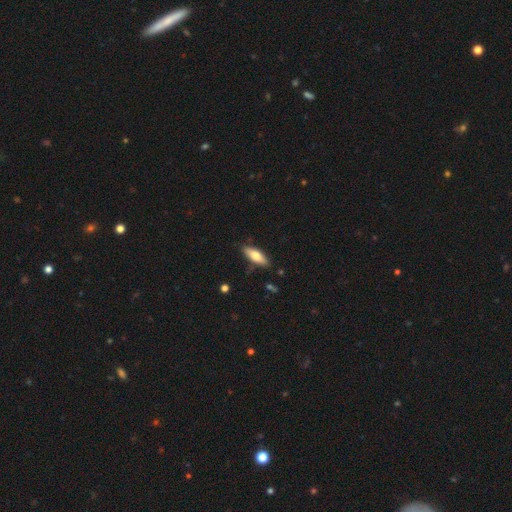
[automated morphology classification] Overall: smooth (70%). How rounded: in between (60%; cigar-shaped 38%). Merging: none (82%).